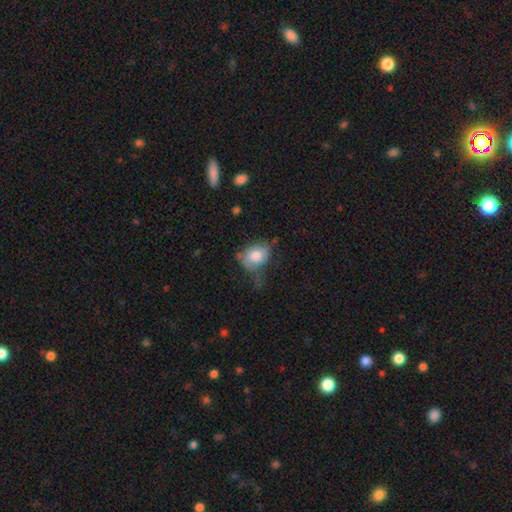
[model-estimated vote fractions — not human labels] Smooth or featured? smooth (73%)
How rounded? in between (64%)
Merging? minor disturbance (36%)